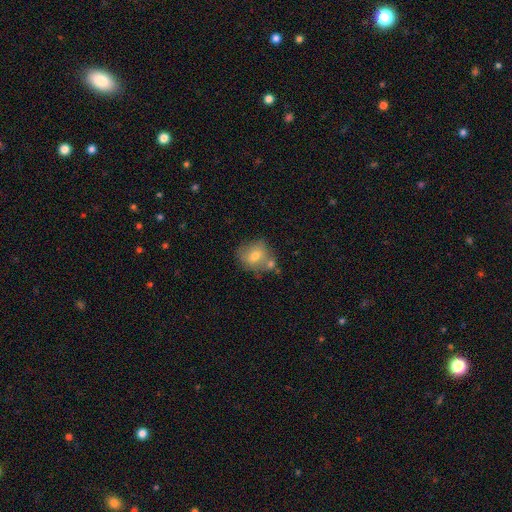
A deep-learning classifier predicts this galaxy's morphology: This is likely a smooth galaxy (68%). How rounded: likely round (68%). Merging: possibly none (54%).